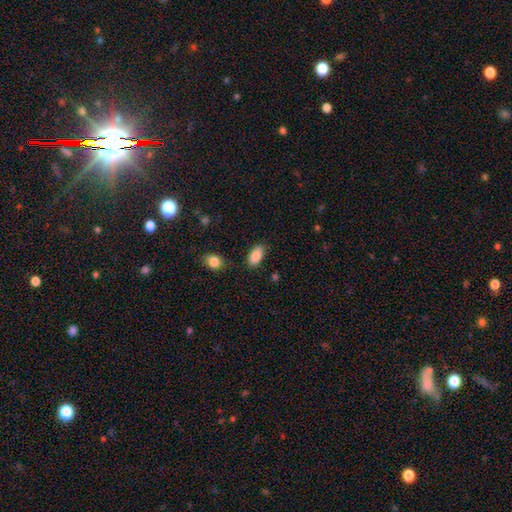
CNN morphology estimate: type=smooth (87%); roundness=in between (92%); merging=none (82%).